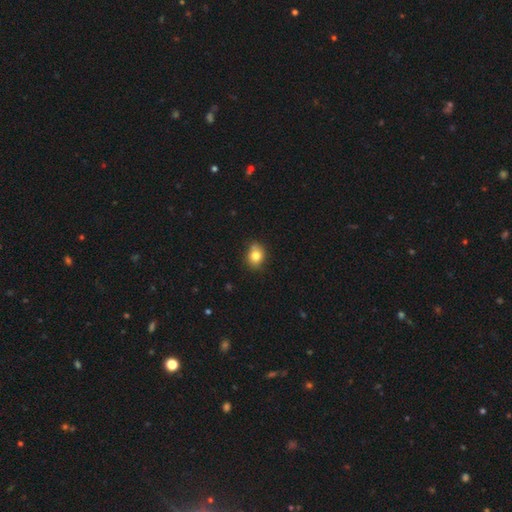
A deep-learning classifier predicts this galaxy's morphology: Smooth or featured? smooth (81%)
How rounded? round (50%)
Merging? none (74%)